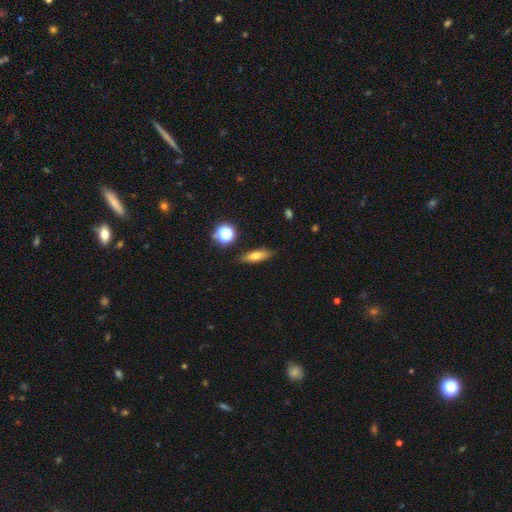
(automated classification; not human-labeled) Smooth or featured: smooth — 65% (featured or disk — 24%)
How rounded: cigar-shaped — 50% (in between — 43%)
Merging: none — 86% (minor disturbance — 9%)